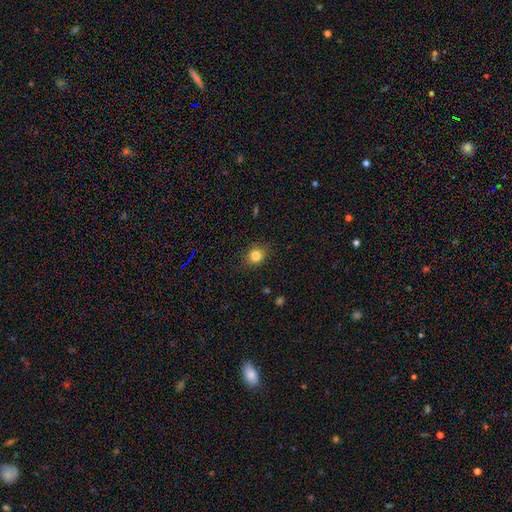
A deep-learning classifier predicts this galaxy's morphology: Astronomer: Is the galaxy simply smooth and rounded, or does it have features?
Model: smooth — 82%.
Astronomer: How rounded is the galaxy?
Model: round — 71%.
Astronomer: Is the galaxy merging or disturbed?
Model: none — 86%.